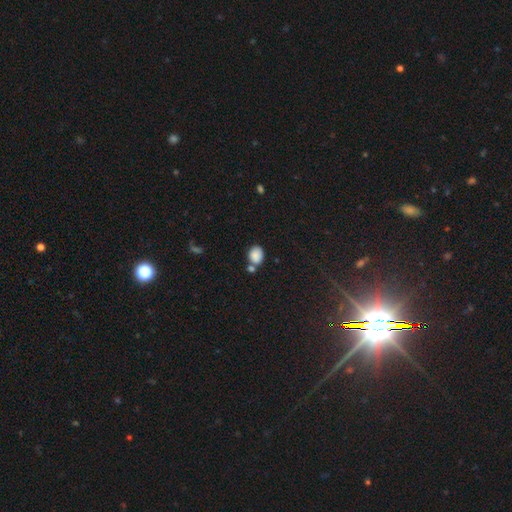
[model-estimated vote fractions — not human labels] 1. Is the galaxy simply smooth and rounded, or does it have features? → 86% smooth, 9% star or artifact, 5% featured or disk.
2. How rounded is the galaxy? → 53% in between, 46% round, 1% cigar-shaped.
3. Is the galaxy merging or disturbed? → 57% none, 24% merger, 14% minor disturbance, 4% major disturbance.